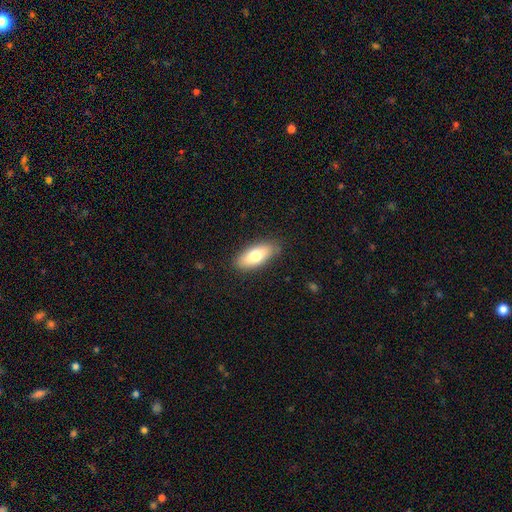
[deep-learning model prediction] Smooth or featured? Predicted: smooth (p=0.74). How rounded? Predicted: in between (p=0.81). Merging? Predicted: none (p=0.85).